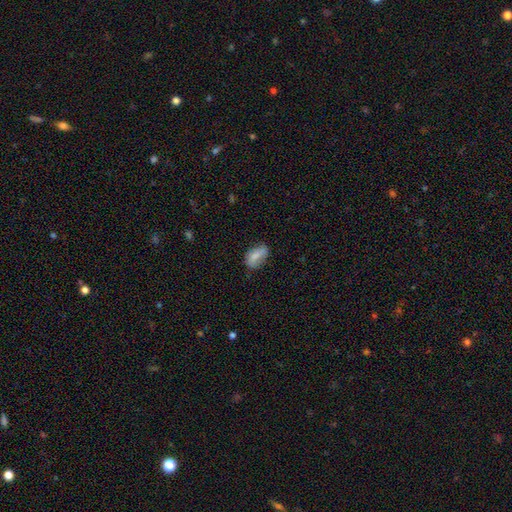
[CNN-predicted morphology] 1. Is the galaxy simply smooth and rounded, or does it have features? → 73% smooth, 19% featured or disk, 7% star or artifact.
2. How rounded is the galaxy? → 89% in between, 6% round, 5% cigar-shaped.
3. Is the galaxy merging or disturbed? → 63% none, 27% minor disturbance, 7% major disturbance, 2% merger.